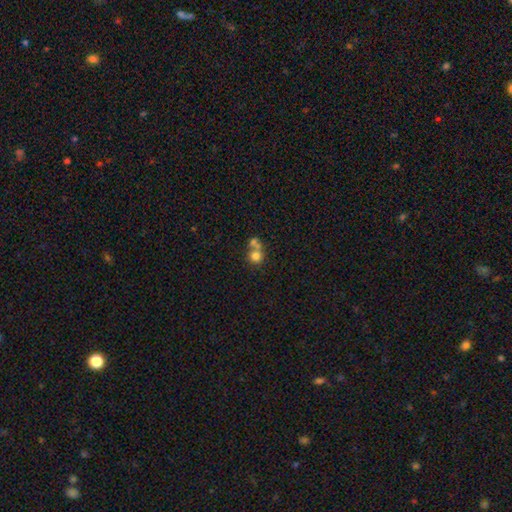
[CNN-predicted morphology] type=smooth (74%); roundness=round (85%); merging=merger (55%).